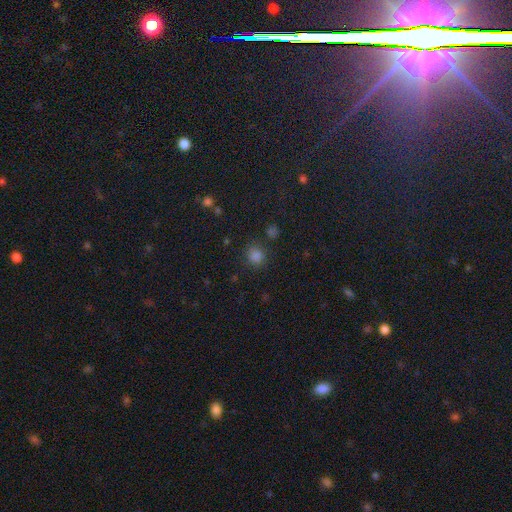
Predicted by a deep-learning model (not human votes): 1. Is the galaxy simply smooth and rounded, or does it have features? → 79% smooth, 16% star or artifact, 4% featured or disk.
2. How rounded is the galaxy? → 87% round, 12% in between, 1% cigar-shaped.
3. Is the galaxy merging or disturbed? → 82% none, 10% minor disturbance, 4% merger, 4% major disturbance.